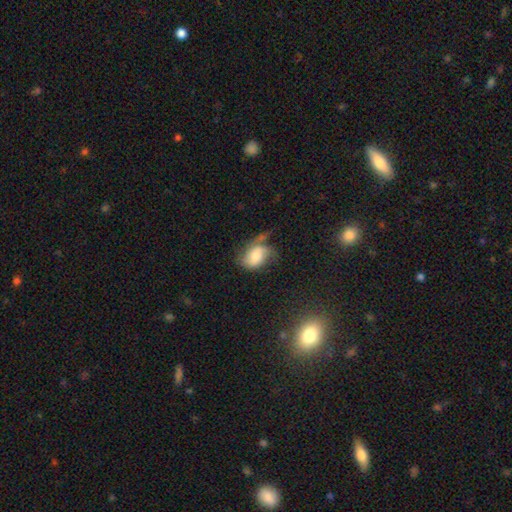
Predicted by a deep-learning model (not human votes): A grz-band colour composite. It shows a smooth galaxy with no disk features (50%) that is in between round and cigar-shaped (77%). Merging: none (32%).